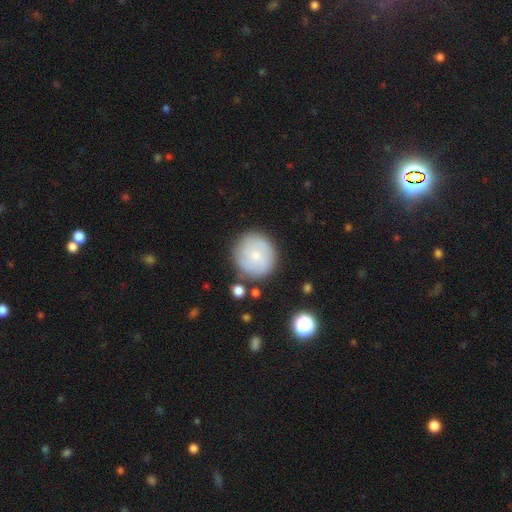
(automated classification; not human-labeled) The model was most divided on "smooth or featured": smooth: 57%, featured or disk: 35%, star or artifact: 7%. More confident: how rounded — round (92%); merging — none (80%).